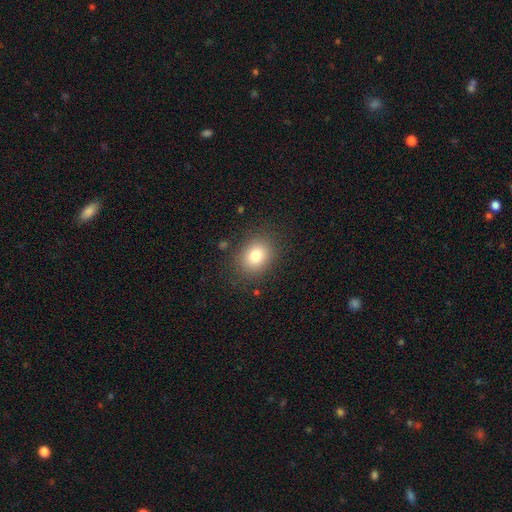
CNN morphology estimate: type=smooth (80%); roundness=round (51%); merging=none (85%).